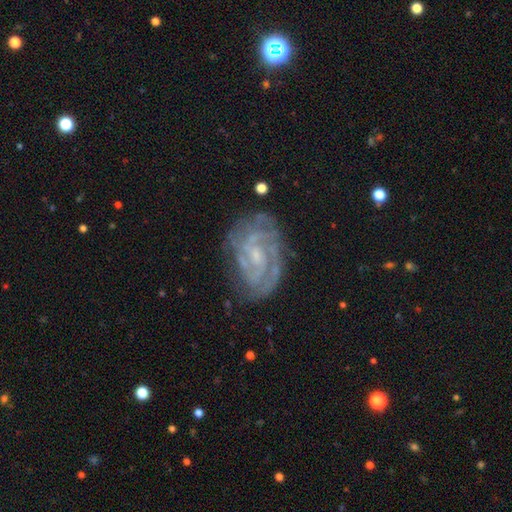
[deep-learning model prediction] smooth-or-featured: featured or disk: 86% | smooth: 7% | star or artifact: 7%
  disk-edge-on: no: 97% | yes: 3%
    bar: no: 48% | weak: 43% | strong: 10%
    has-spiral-arms: yes: 96% | no: 4%
      spiral-winding: tight: 64% | medium: 30% | loose: 6%
      spiral-arm-count: 2: 42% | can't tell: 23% | 3: 19% | 4: 7% | 1: 5% | more than 4: 5%
    bulge-size: small: 66% | moderate: 22% | none: 10% | large: 1% | dominant: 1%
  merging: none: 73% | minor disturbance: 18% | major disturbance: 7% | merger: 2%